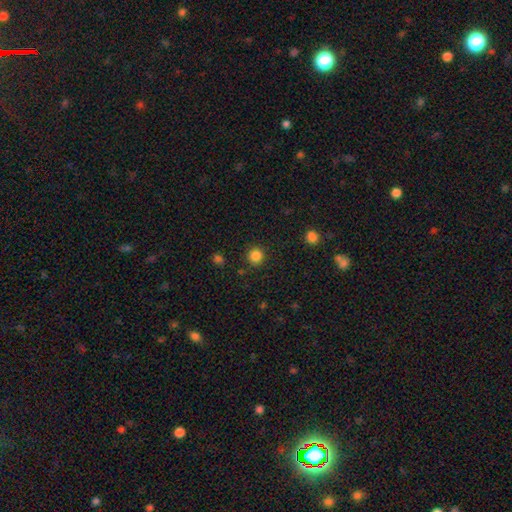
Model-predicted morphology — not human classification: This is clearly a smooth galaxy (85%). How rounded: clearly round (93%). Merging: clearly none (89%).